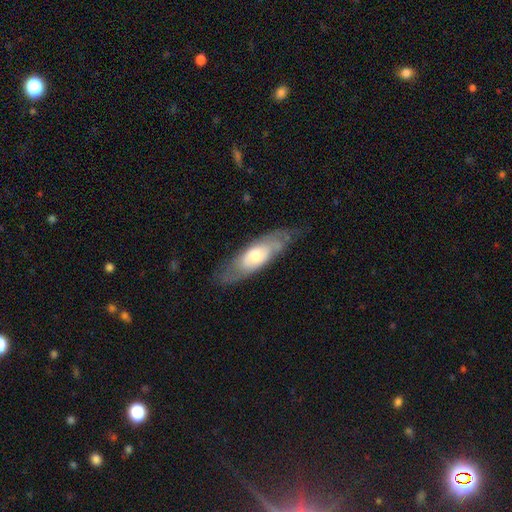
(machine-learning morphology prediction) Smooth or featured? Predicted: featured or disk (p=0.54). Edge-on disk? Predicted: no (p=0.71). Merging? Predicted: none (p=0.68).